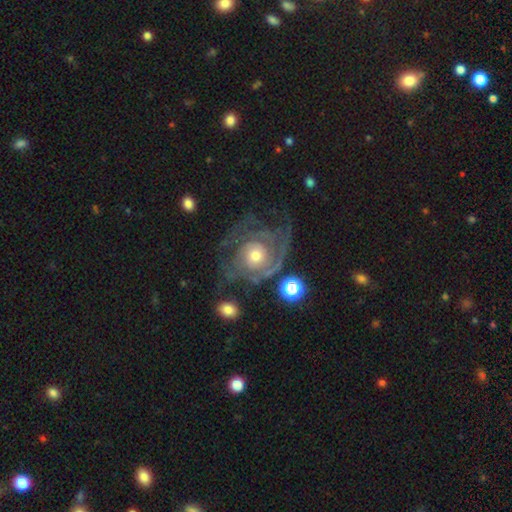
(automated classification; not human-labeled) Smooth or featured: featured or disk — 83% (smooth — 10%)
Edge-on disk: no — 97% (yes — 3%)
Bar: no — 80% (weak — 17%)
Spiral arms: yes — 91% (no — 9%)
Spiral winding: tight — 57% (medium — 31%)
Spiral arm count: can't tell — 35% (2 — 21%)
Bulge size: moderate — 62% (small — 28%)
Merging: none — 53% (major disturbance — 25%)